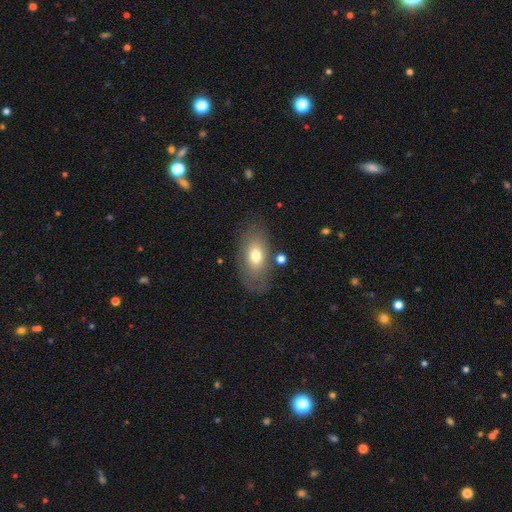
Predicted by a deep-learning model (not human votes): This appears to be a smooth galaxy with no disk features (66%) that is in between round and cigar-shaped (89%). Merging: none (74%).